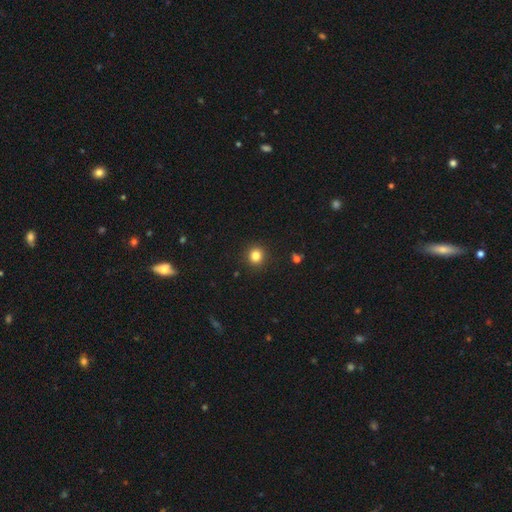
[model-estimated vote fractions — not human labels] Smooth or featured?
  - smooth: 82% *
  - star or artifact: 13%
  - featured or disk: 5%
How rounded?
  - round: 92% *
  - in between: 7%
  - cigar-shaped: 1%
Merging?
  - none: 92% *
  - minor disturbance: 5%
  - major disturbance: 2%
  - merger: 1%